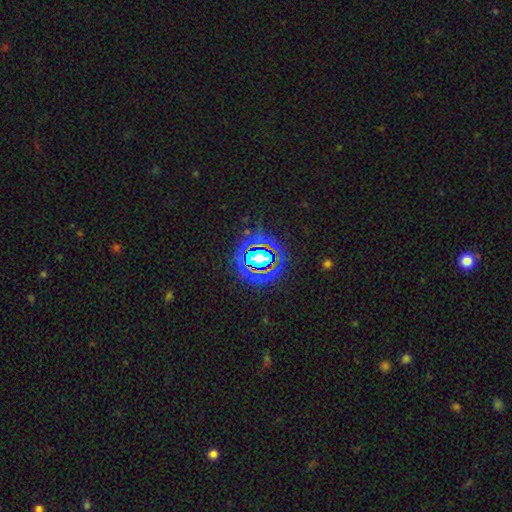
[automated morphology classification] A star or artifact, not a galaxy (73%).

Vote fractions:
- Smooth or featured? star or artifact: 73% / smooth: 17% / featured or disk: 10%